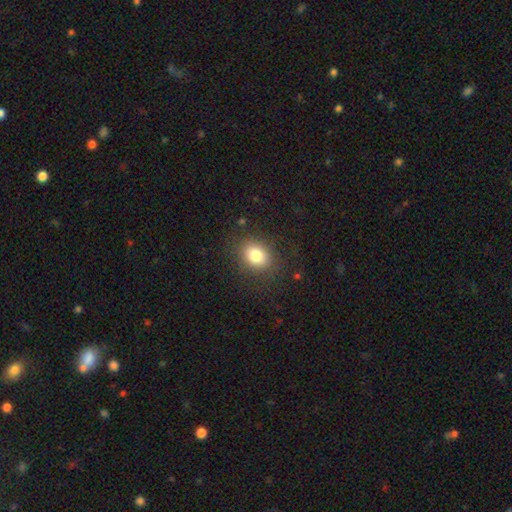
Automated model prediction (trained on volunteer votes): Morphology: type=smooth (81%); roundness=in between (50%); merging=none (84%).